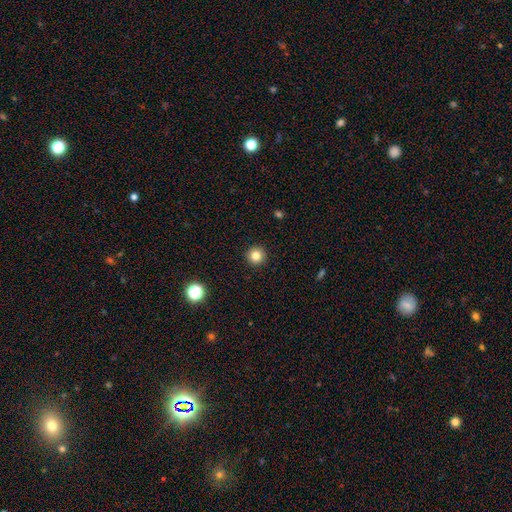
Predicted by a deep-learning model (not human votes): A smooth galaxy with no disk features (81%) that is round (96%).

Vote fractions:
- Smooth or featured? smooth: 81% / star or artifact: 13% / featured or disk: 6%
- How rounded? round: 96% / in between: 3% / cigar-shaped: 1%
- Merging? none: 93% / minor disturbance: 4% / major disturbance: 2% / merger: 1%